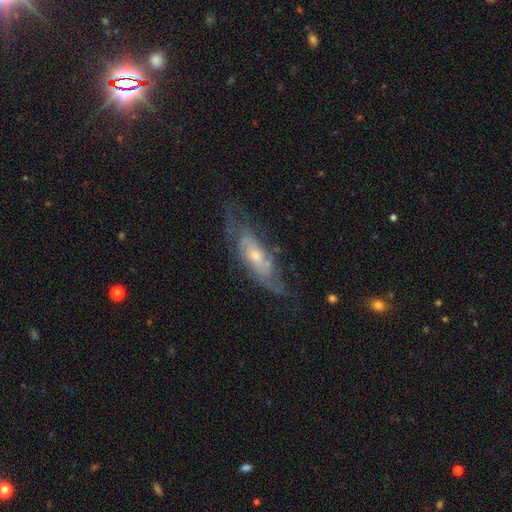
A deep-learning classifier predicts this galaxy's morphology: type=featured or disk (75%); edge-on=no (77%); bar=no (69%); spiral arms=yes (83%); bulge=small (47%); merging=none (63%).